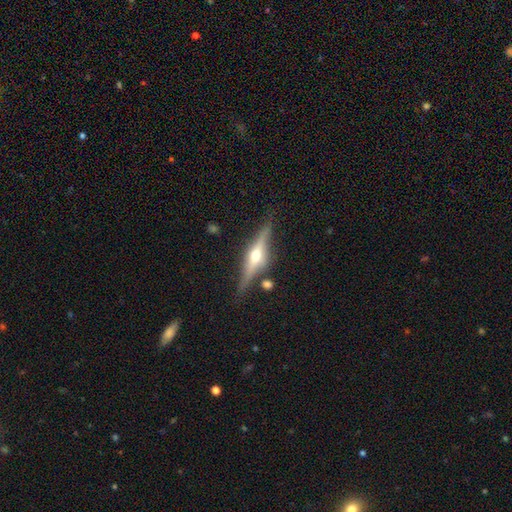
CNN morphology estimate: Smooth or featured? Predicted: featured or disk (p=0.78). Edge-on disk? Predicted: yes (p=0.96). Edge-on bulge? Predicted: rounded (p=0.94). Merging? Predicted: none (p=0.84).